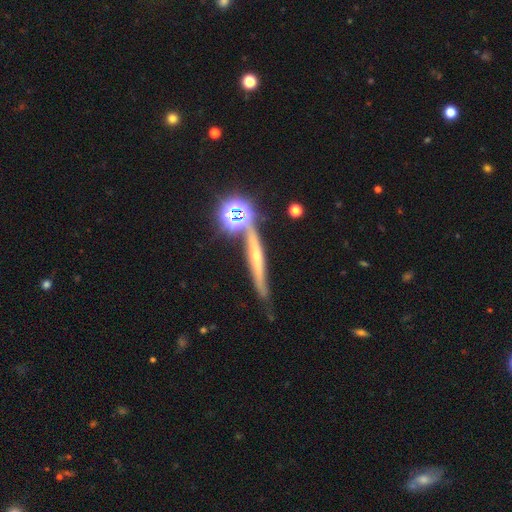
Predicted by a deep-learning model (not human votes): The model was most divided on "smooth or featured": featured or disk: 52%, smooth: 25%, star or artifact: 23%. More confident: edge-on disk — yes (90%); merging — none (71%).